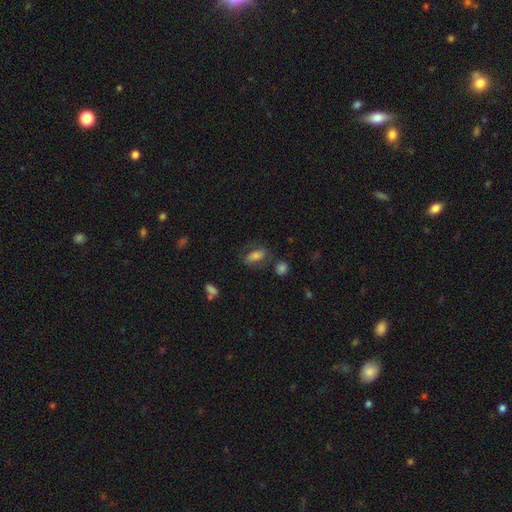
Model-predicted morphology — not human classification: smooth_or_featured: smooth (p=0.64) [alt: featured or disk p=0.26]
how_rounded: in between (p=0.82) [alt: cigar-shaped p=0.09]
merging: none (p=0.63) [alt: minor disturbance p=0.19]